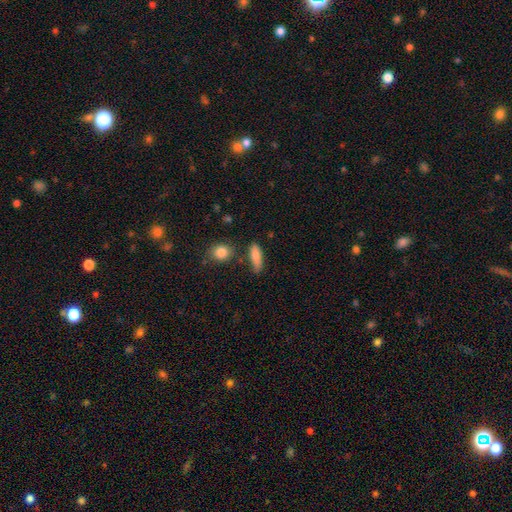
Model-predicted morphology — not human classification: This is clearly a smooth galaxy (82%). How rounded: possibly in between (50%). Merging: likely none (70%).